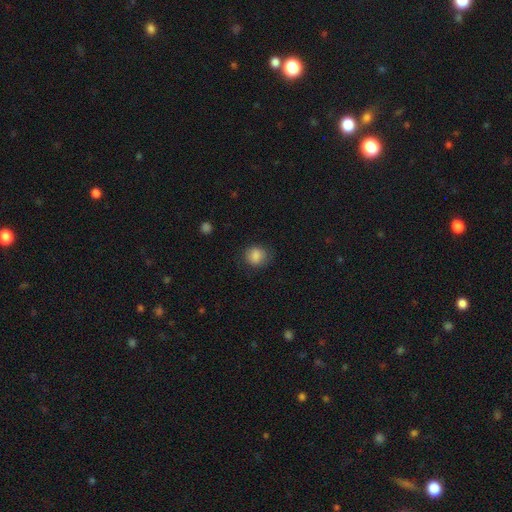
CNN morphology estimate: Overall: smooth (85%). How rounded: round (72%). Merging: none (76%).